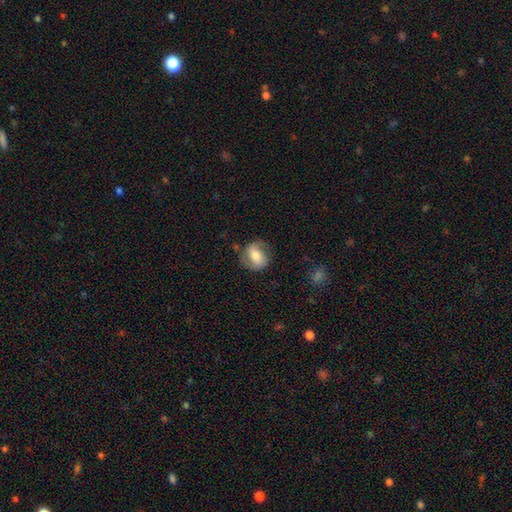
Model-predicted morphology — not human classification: A smooth galaxy with no disk features (49%).

Vote fractions:
- Smooth or featured? smooth: 49% / featured or disk: 44% / star or artifact: 7%
- Merging? none: 71% / minor disturbance: 19% / major disturbance: 8% / merger: 2%